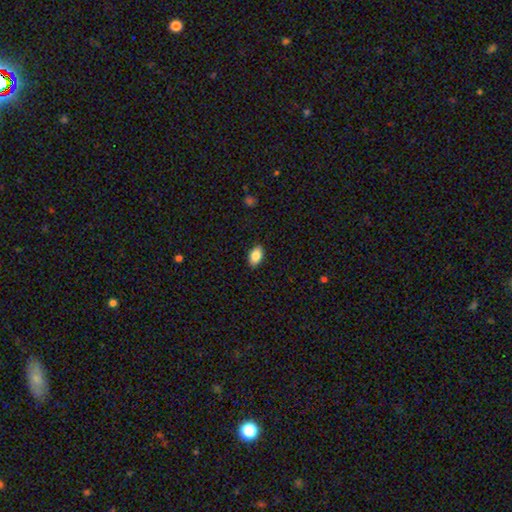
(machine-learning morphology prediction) Smooth or featured?
  - smooth: 86% *
  - star or artifact: 7%
  - featured or disk: 7%
How rounded?
  - in between: 92% *
  - round: 6%
  - cigar-shaped: 2%
Merging?
  - none: 89% *
  - minor disturbance: 9%
  - major disturbance: 2%
  - merger: 1%